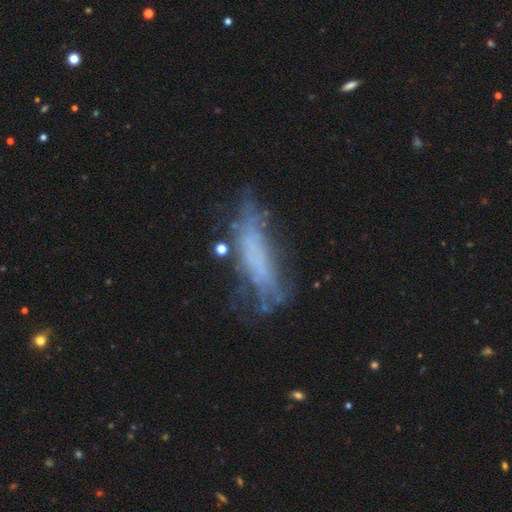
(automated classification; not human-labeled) featured or disk 49%, smooth 37%, star or artifact 15%. Down the decision tree: merging — none (43%).